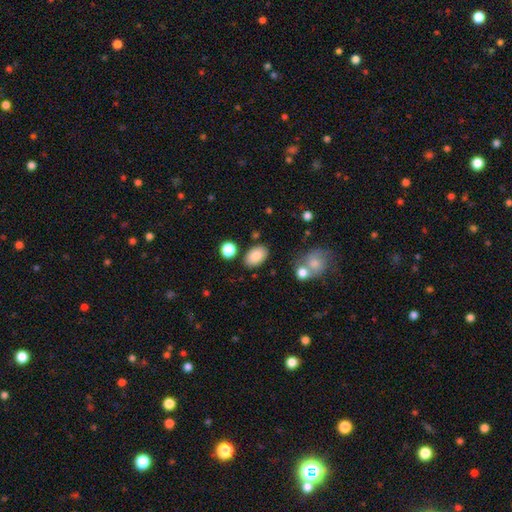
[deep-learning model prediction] Smooth or featured: smooth — 86% (star or artifact — 8%)
How rounded: in between — 90% (round — 9%)
Merging: none — 81% (minor disturbance — 11%)